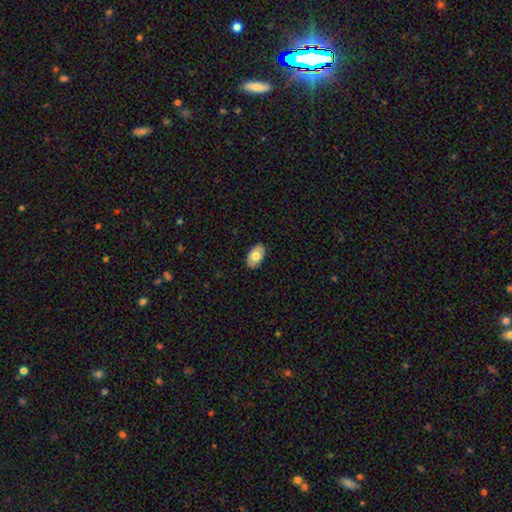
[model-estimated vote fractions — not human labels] Morphology: type=smooth (70%); roundness=in between (92%); merging=none (87%).